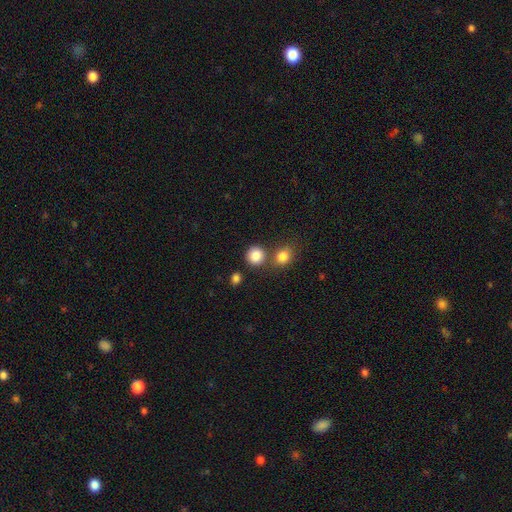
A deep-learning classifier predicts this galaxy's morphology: Smooth or featured? Predicted: smooth (p=0.85). How rounded? Predicted: round (p=0.87). Merging? Predicted: none (p=0.71).